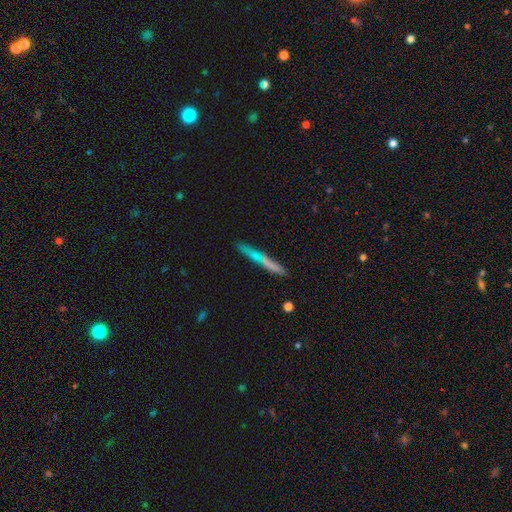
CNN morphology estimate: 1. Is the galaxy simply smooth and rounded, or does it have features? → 43% featured or disk, 42% smooth, 15% star or artifact.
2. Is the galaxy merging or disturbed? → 81% none, 12% minor disturbance, 4% merger, 4% major disturbance.